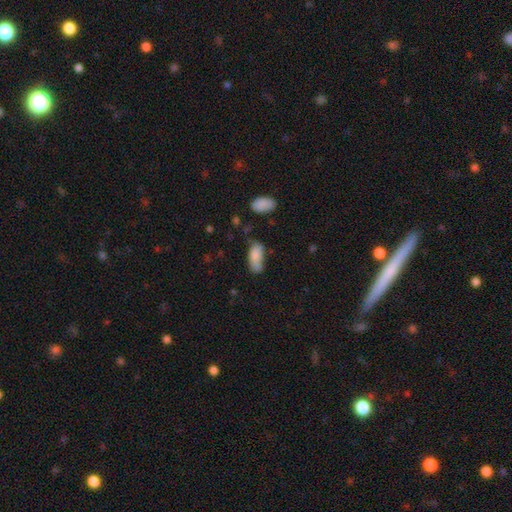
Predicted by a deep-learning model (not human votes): Smooth or featured? Predicted: smooth (p=0.81). How rounded? Predicted: in between (p=0.86). Merging? Predicted: none (p=0.43).